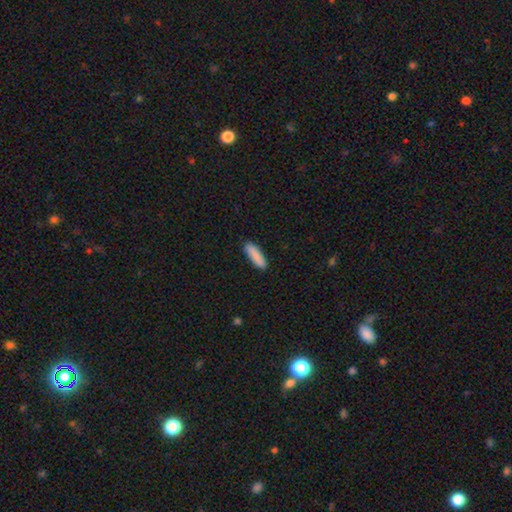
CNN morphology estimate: smooth 89%, star or artifact 6%, featured or disk 5%. Down the decision tree: how rounded — cigar-shaped (61%); merging — none (88%).